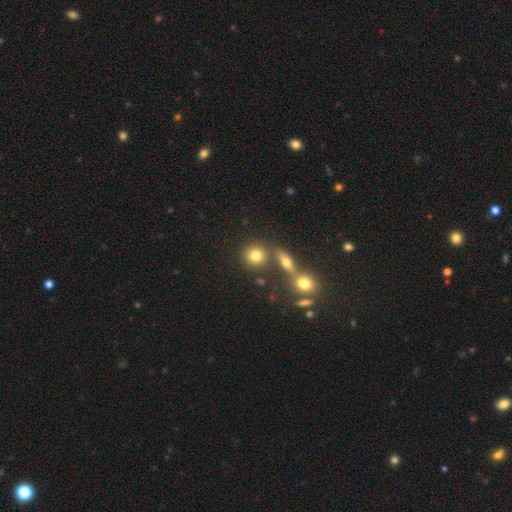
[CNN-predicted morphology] Smooth or featured? smooth (78%)
How rounded? round (83%)
Merging? none (67%)